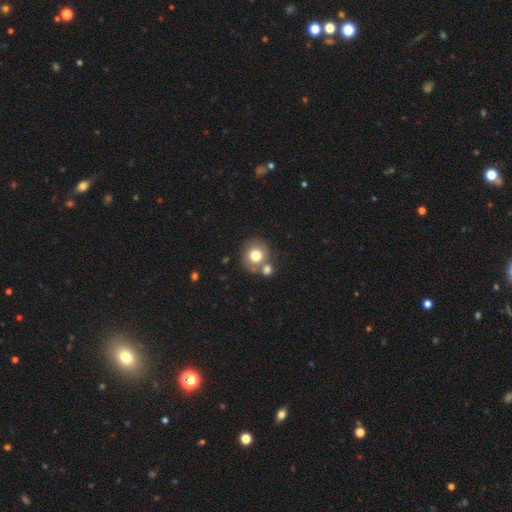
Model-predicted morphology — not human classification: Smooth or featured? Predicted: smooth (p=0.75). How rounded? Predicted: round (p=0.84). Merging? Predicted: none (p=0.59).